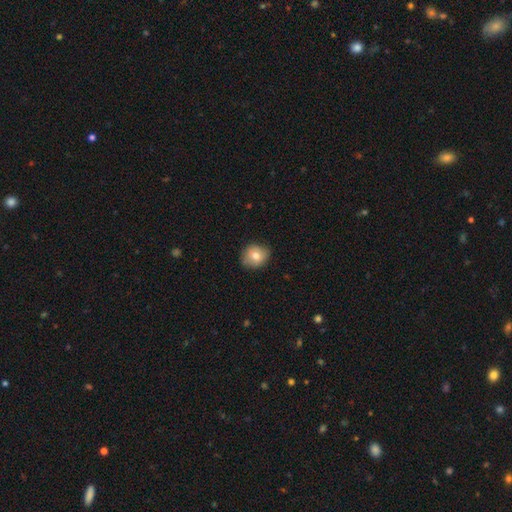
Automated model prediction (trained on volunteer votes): Smooth or featured: smooth — 75% (featured or disk — 16%)
How rounded: round — 78% (in between — 21%)
Merging: none — 80% (minor disturbance — 16%)